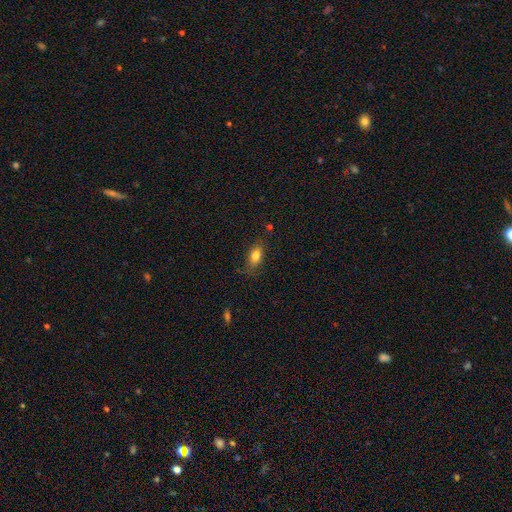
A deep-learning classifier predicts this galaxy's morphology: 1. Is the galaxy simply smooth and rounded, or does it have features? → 80% smooth, 11% featured or disk, 9% star or artifact.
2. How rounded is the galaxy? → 83% in between, 10% round, 6% cigar-shaped.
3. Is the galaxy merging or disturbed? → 72% none, 20% minor disturbance, 6% major disturbance, 2% merger.